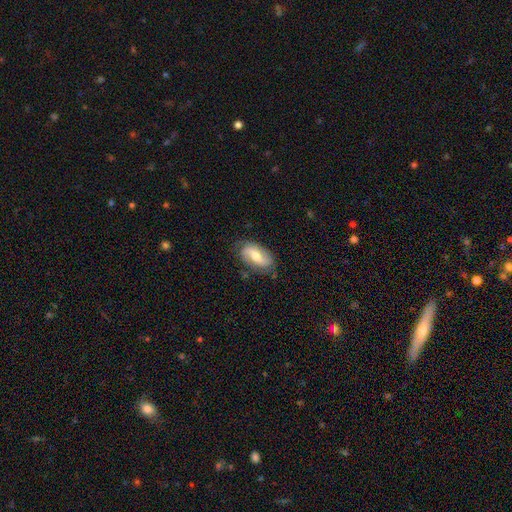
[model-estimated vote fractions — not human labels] smooth-or-featured: featured or disk: 65% | smooth: 29% | star or artifact: 6%
  disk-edge-on: no: 94% | yes: 6%
    bar: weak: 41% | no: 34% | strong: 25%
    has-spiral-arms: yes: 87% | no: 13%
      spiral-winding: loose: 53% | medium: 32% | tight: 15%
      spiral-arm-count: 2: 86% | can't tell: 7% | 1: 4% | 3: 1% | 4: 1% | more than 4: 1%
    bulge-size: moderate: 66% | small: 25% | large: 6% | none: 2% | dominant: 1%
  merging: none: 76% | minor disturbance: 18% | major disturbance: 5% | merger: 2%